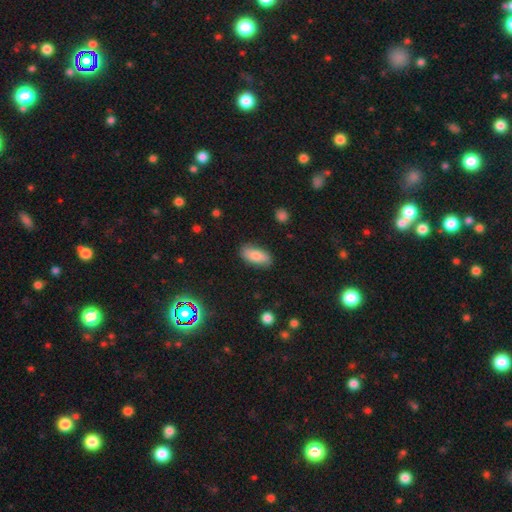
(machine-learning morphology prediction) type=smooth (80%); roundness=in between (87%); merging=none (84%).